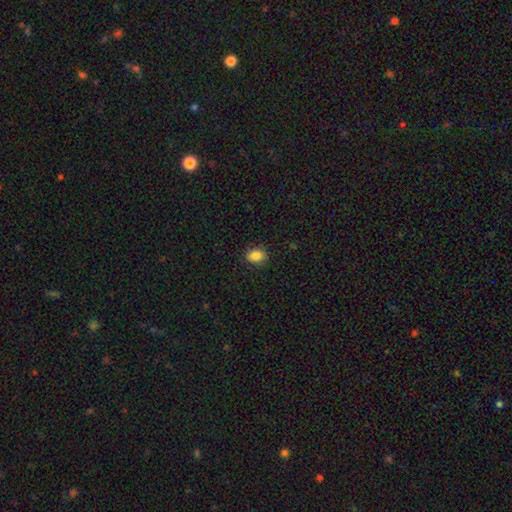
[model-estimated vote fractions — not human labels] smooth_or_featured: smooth (p=0.86) [alt: star or artifact p=0.09]
how_rounded: in between (p=0.60) [alt: round p=0.39]
merging: none (p=0.88) [alt: minor disturbance p=0.09]